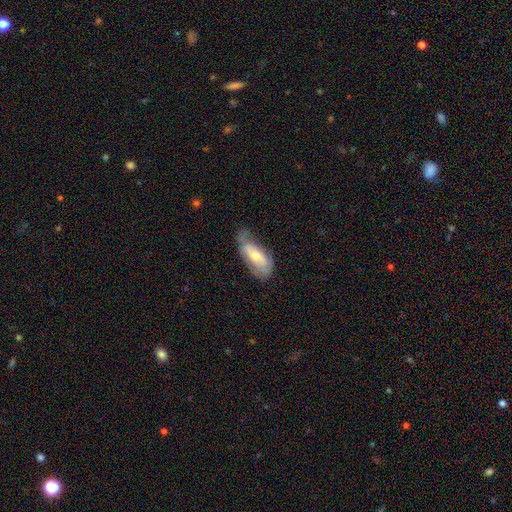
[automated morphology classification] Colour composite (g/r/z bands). It shows a smooth galaxy with no disk features (51%) that is in between round and cigar-shaped (82%). Merging: none (41%).